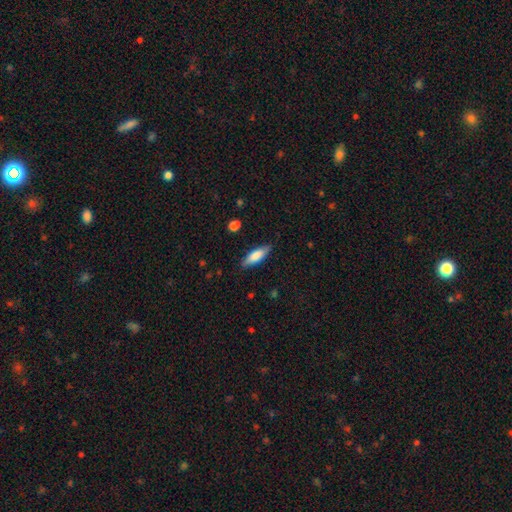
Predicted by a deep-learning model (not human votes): Overall: smooth (75%). How rounded: in between (55%; cigar-shaped 43%). Merging: none (84%).